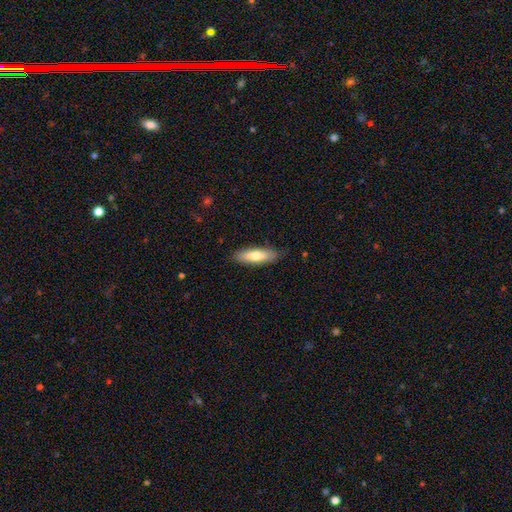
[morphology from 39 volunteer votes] smooth_or_featured: smooth (p=0.69) [alt: featured or disk p=0.23]
how_rounded: in between (p=0.59) [alt: cigar-shaped p=0.37]
merging: none (p=0.92) [alt: minor disturbance p=0.06]